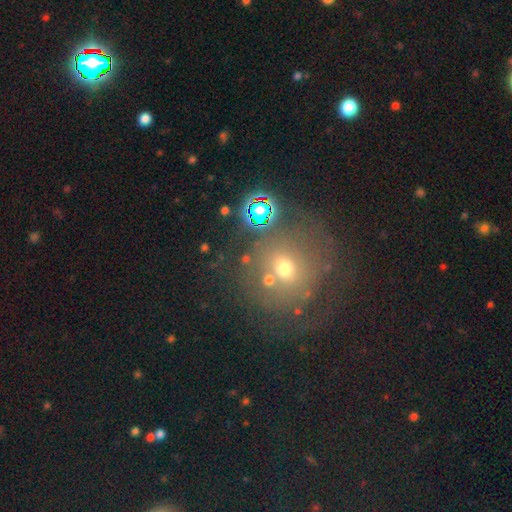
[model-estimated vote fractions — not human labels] Morphology: type=star or artifact (51%).